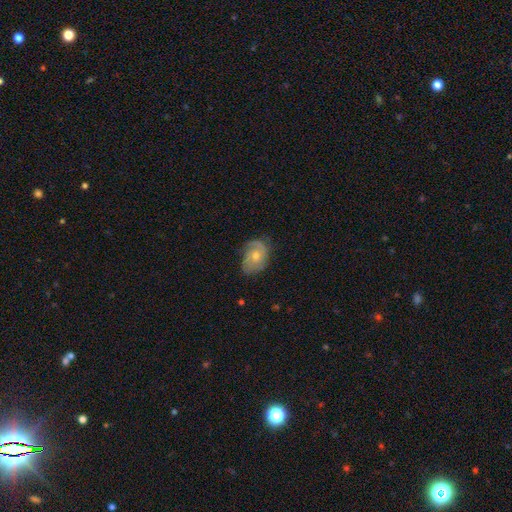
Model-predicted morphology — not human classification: smooth_or_featured: featured or disk (p=0.74) [alt: smooth p=0.19]
disk_edge_on: no (p=0.97) [alt: yes p=0.03]
bar: no (p=0.76) [alt: weak p=0.21]
has_spiral_arms: yes (p=0.92) [alt: no p=0.08]
spiral_winding: tight (p=0.48) [alt: medium p=0.37]
spiral_arm_count: 2 (p=0.51) [alt: can't tell p=0.18]
bulge_size: moderate (p=0.56) [alt: small p=0.40]
merging: none (p=0.68) [alt: minor disturbance p=0.23]